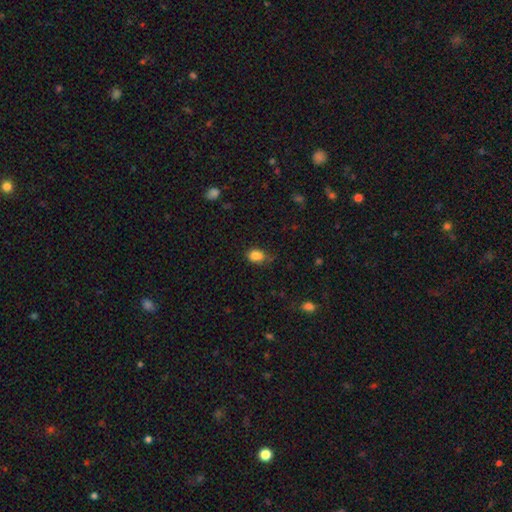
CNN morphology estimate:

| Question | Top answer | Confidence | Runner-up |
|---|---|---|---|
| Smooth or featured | smooth | 84% | star or artifact (11%) |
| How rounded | in between | 67% | round (31%) |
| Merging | none | 60% | minor disturbance (28%) |